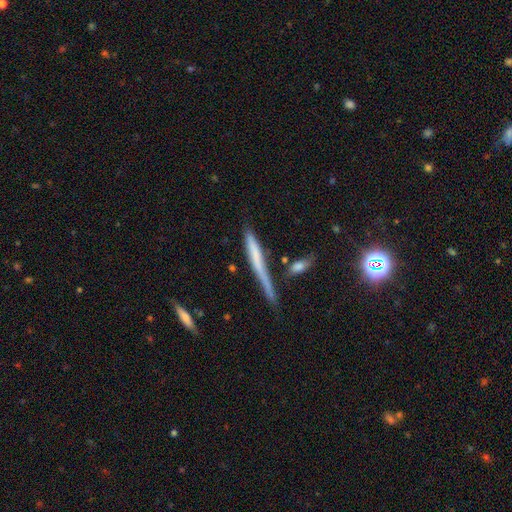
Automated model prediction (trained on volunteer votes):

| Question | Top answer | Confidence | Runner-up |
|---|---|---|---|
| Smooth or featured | smooth | 50% | featured or disk (40%) |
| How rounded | cigar-shaped | 94% | in between (4%) |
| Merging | none | 58% | minor disturbance (23%) |